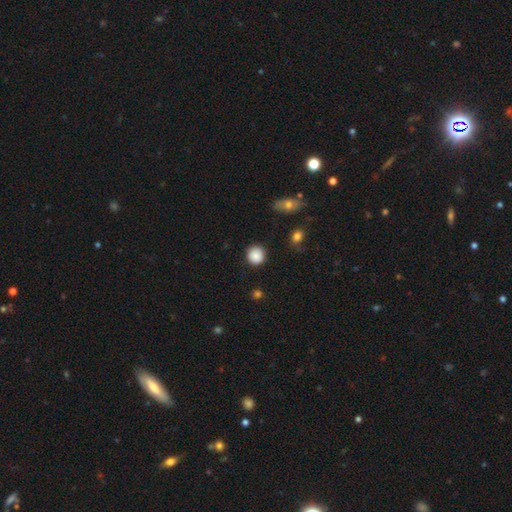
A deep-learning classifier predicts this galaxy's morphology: type=smooth (87%); roundness=round (89%); merging=none (87%).